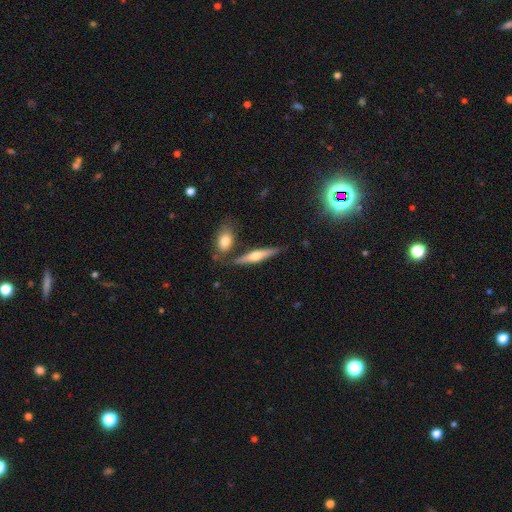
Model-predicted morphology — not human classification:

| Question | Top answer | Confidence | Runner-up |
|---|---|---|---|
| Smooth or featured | featured or disk | 52% | smooth (42%) |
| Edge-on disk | yes | 93% | no (7%) |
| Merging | none | 74% | merger (12%) |